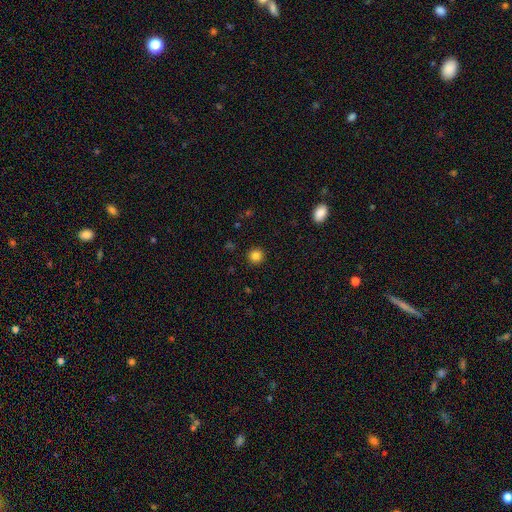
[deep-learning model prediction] Smooth or featured: smooth — 84% (star or artifact — 12%)
How rounded: round — 94% (in between — 5%)
Merging: none — 92% (minor disturbance — 5%)